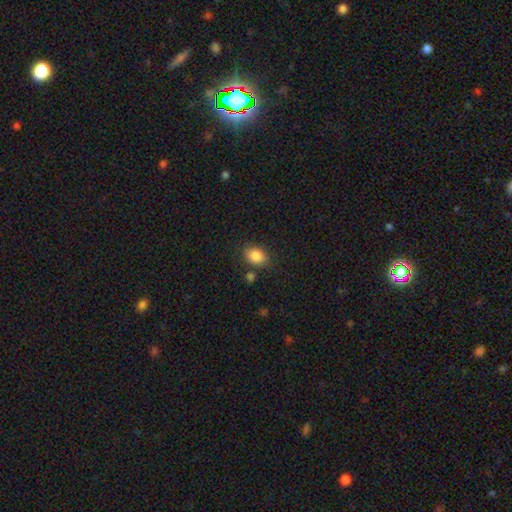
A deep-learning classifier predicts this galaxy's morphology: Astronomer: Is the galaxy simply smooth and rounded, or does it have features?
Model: smooth — 85%.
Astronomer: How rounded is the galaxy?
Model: in between — 70%.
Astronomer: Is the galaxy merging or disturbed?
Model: none — 79%.